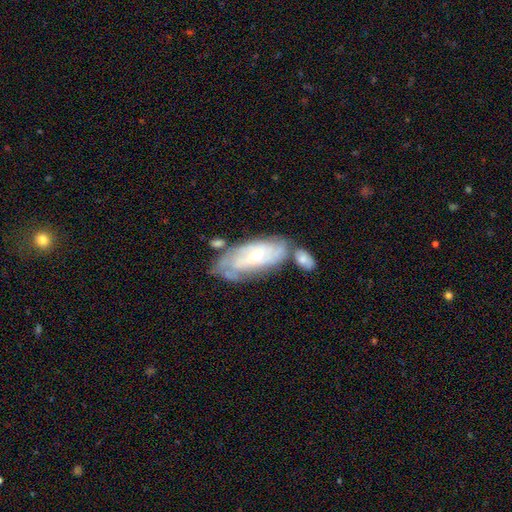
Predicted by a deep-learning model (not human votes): smooth_or_featured: featured or disk (p=0.75) [alt: smooth p=0.19]
disk_edge_on: no (p=0.90) [alt: yes p=0.10]
bar: no (p=0.60) [alt: weak p=0.31]
has_spiral_arms: yes (p=0.84) [alt: no p=0.16]
spiral_winding: tight (p=0.66) [alt: medium p=0.25]
spiral_arm_count: can't tell (p=0.56) [alt: 2 p=0.18]
bulge_size: moderate (p=0.51) [alt: small p=0.44]
merging: none (p=0.52) [alt: minor disturbance p=0.21]